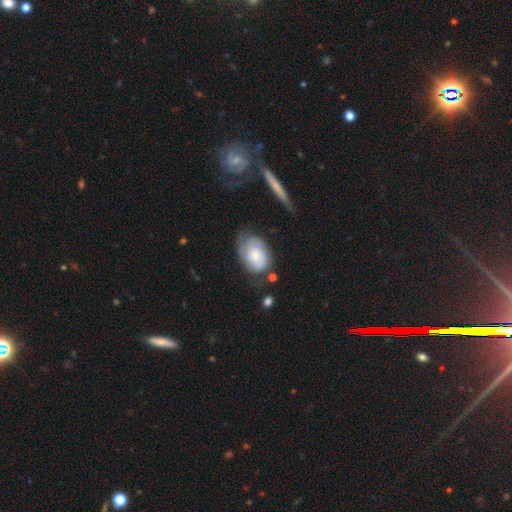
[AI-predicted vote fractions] Smooth or featured: smooth — 59% (featured or disk — 34%)
How rounded: in between — 82% (round — 16%)
Merging: none — 56% (minor disturbance — 28%)